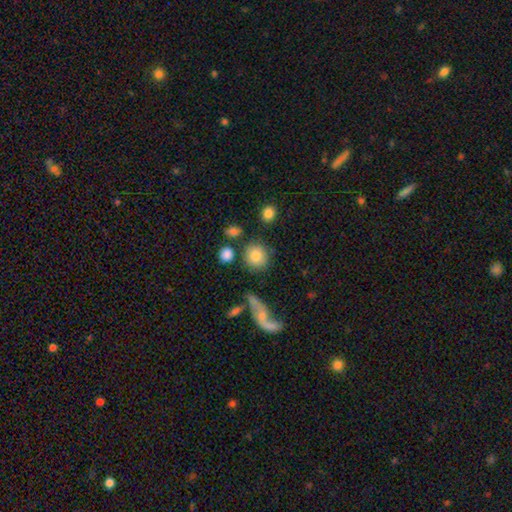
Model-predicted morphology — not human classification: smooth-or-featured: smooth: 81% | featured or disk: 11% | star or artifact: 8%
  how-rounded: round: 87% | in between: 12% | cigar-shaped: 2%
  merging: none: 75% | minor disturbance: 11% | merger: 9% | major disturbance: 5%